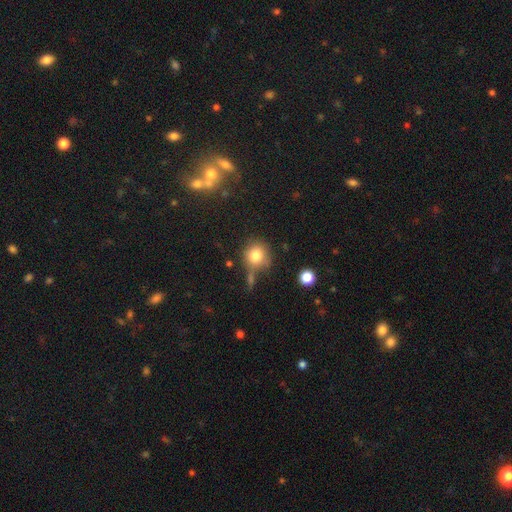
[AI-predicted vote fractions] Smooth or featured? Predicted: smooth (p=0.80). How rounded? Predicted: round (p=0.88). Merging? Predicted: none (p=0.64).